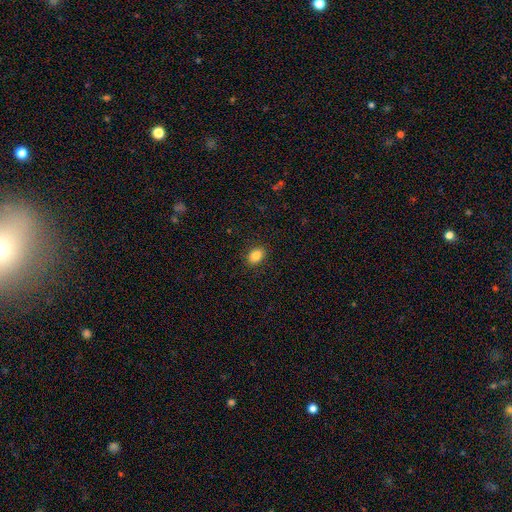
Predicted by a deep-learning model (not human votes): Smooth or featured: smooth — 85% (star or artifact — 9%)
How rounded: in between — 78% (round — 21%)
Merging: none — 89% (minor disturbance — 8%)